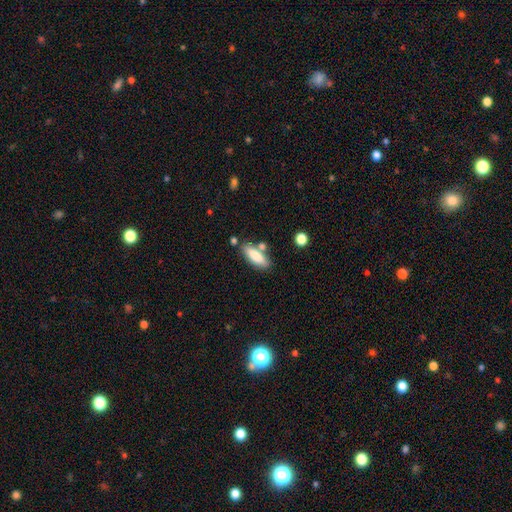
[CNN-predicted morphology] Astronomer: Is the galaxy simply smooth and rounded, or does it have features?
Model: smooth — 81%.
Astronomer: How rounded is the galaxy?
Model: in between — 61% (runner-up: cigar-shaped, 37%).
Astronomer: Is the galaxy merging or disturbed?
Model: none — 69%.